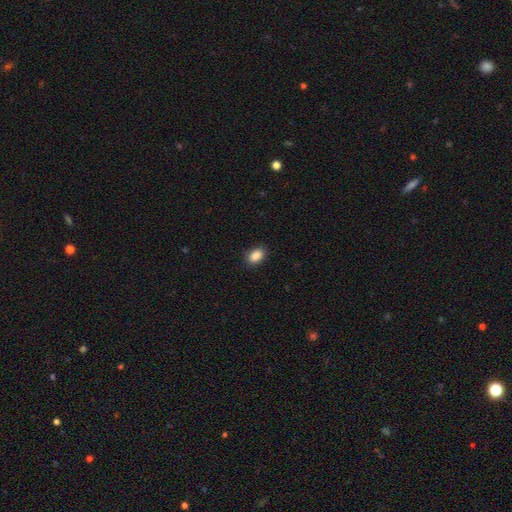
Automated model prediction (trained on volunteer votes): Overall: smooth (88%). How rounded: in between (84%). Merging: none (88%).